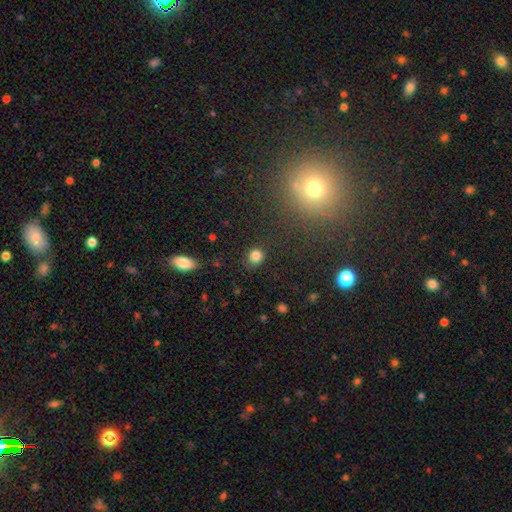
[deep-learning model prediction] smooth 83%, star or artifact 12%, featured or disk 5%. Down the decision tree: how rounded — round (81%); merging — none (85%).